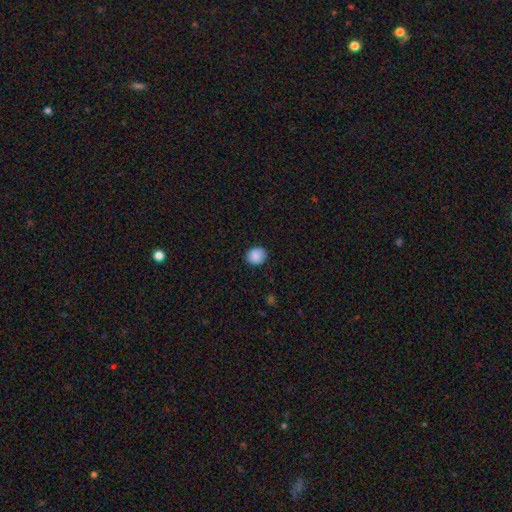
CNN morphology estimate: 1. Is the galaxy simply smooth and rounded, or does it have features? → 89% smooth, 8% star or artifact, 3% featured or disk.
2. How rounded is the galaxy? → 79% round, 20% in between, 1% cigar-shaped.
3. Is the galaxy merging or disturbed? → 88% none, 9% minor disturbance, 2% major disturbance, 1% merger.